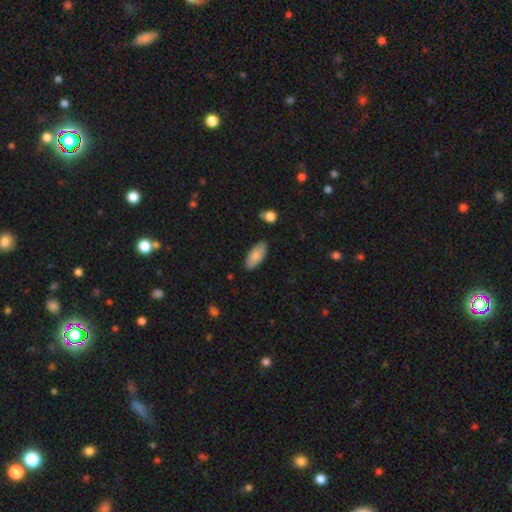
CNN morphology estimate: Smooth or featured?
  - smooth: 85% *
  - featured or disk: 9%
  - star or artifact: 6%
How rounded?
  - in between: 88% *
  - cigar-shaped: 11%
  - round: 2%
Merging?
  - none: 86% *
  - minor disturbance: 11%
  - major disturbance: 2%
  - merger: 2%